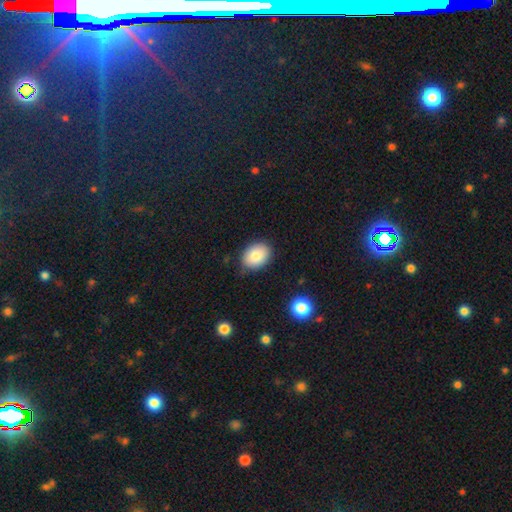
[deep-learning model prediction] smooth-or-featured: smooth: 83% | featured or disk: 9% | star or artifact: 8%
  how-rounded: in between: 72% | round: 27% | cigar-shaped: 1%
  merging: none: 83% | minor disturbance: 13% | major disturbance: 3% | merger: 2%